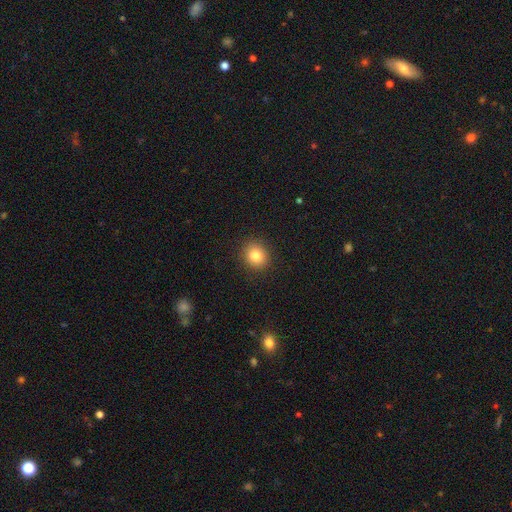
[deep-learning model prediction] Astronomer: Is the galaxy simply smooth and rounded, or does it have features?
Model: smooth — 83%.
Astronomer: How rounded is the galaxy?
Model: round — 77%.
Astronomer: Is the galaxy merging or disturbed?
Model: none — 90%.